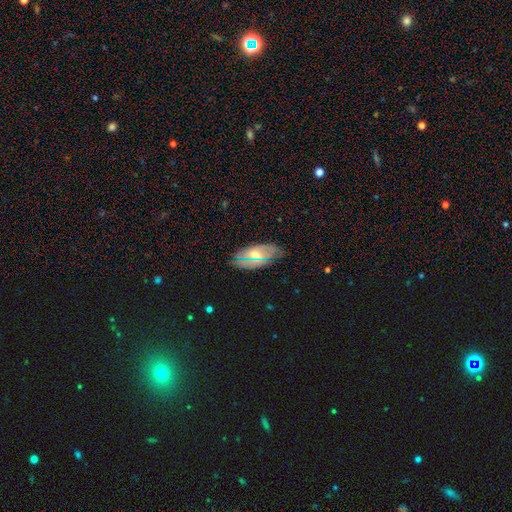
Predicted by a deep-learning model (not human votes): smooth-or-featured: smooth: 55% | featured or disk: 32% | star or artifact: 13%
  how-rounded: in between: 89% | cigar-shaped: 7% | round: 4%
  merging: none: 82% | minor disturbance: 14% | major disturbance: 3% | merger: 1%